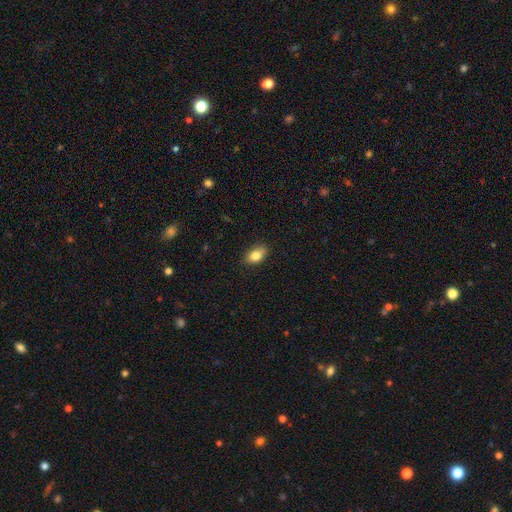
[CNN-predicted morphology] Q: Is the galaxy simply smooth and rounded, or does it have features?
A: smooth — 82%.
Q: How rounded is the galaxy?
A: in between — 86%.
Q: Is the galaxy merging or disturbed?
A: none — 84%.